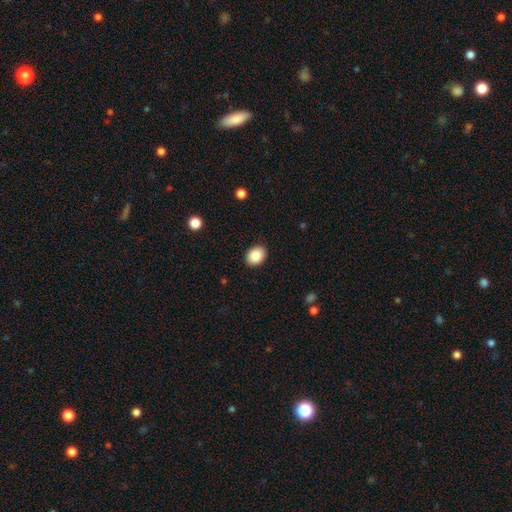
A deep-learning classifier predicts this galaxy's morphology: Smooth or featured?
  - smooth: 87% *
  - star or artifact: 8%
  - featured or disk: 5%
How rounded?
  - in between: 58% *
  - round: 42%
  - cigar-shaped: 1%
Merging?
  - none: 90% *
  - minor disturbance: 7%
  - major disturbance: 2%
  - merger: 1%